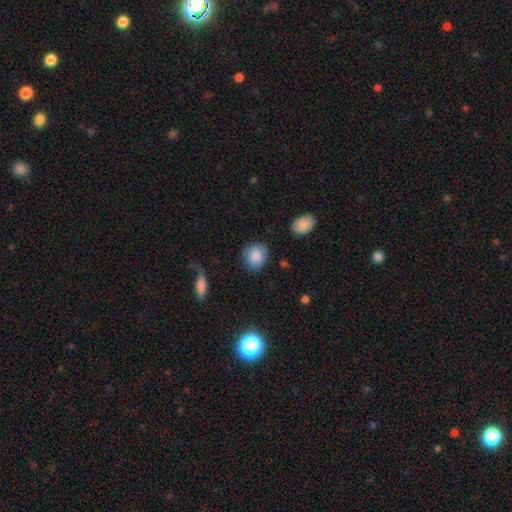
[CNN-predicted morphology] Smooth or featured?
  - smooth: 87% *
  - star or artifact: 7%
  - featured or disk: 6%
How rounded?
  - round: 76% *
  - in between: 23%
  - cigar-shaped: 1%
Merging?
  - none: 79% *
  - minor disturbance: 15%
  - major disturbance: 4%
  - merger: 2%